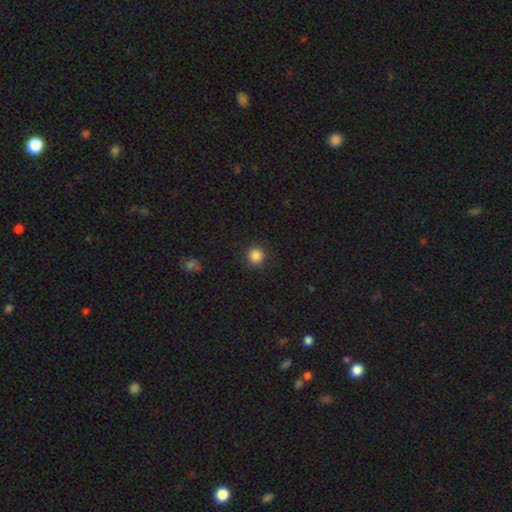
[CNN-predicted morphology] This is clearly a smooth galaxy (85%). How rounded: clearly round (93%). Merging: clearly none (90%).